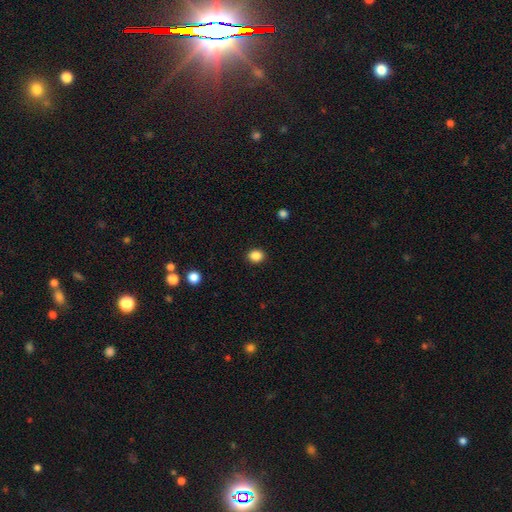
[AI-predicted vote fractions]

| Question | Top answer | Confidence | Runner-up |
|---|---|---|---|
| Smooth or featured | smooth | 87% | star or artifact (10%) |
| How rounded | round | 64% | in between (35%) |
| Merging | none | 91% | minor disturbance (6%) |